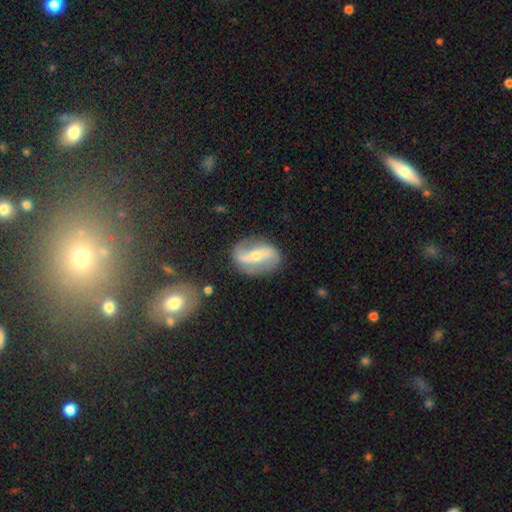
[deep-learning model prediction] This is likely a featured or disk galaxy (80%). It is clearly not viewed edge-on (94%). Bar: possibly strong (55%). Spiral arm pattern: clearly yes (87%). Spiral arm count: clearly 2 (89%). Spiral winding: possibly loose (49%). Central bulge: possibly small (54%). Merging: likely none (78%).